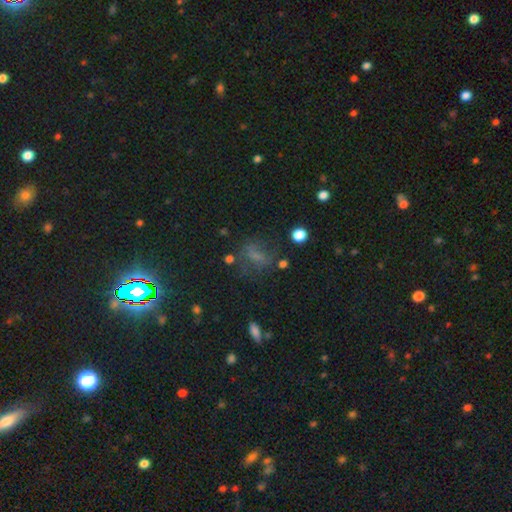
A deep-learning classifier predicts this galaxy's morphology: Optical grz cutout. It shows a smooth galaxy with no disk features (49%). Merging: none (54%).